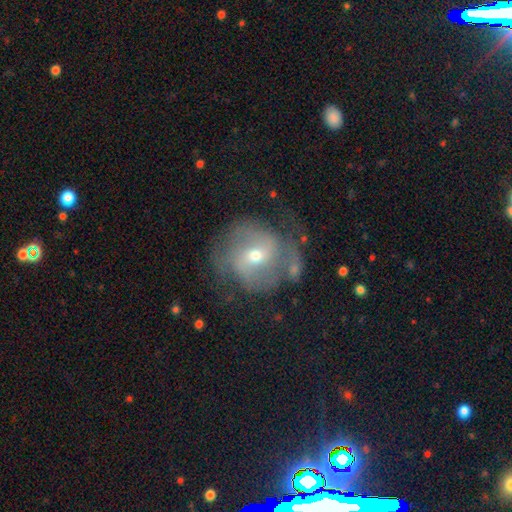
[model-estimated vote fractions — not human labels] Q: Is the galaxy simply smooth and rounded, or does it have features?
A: featured or disk — 78%.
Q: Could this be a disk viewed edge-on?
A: no — 97%.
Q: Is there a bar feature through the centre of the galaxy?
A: weak — 46%.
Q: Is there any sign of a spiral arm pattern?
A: yes — 88%.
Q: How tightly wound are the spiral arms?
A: medium — 45%.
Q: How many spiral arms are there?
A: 2 — 72%.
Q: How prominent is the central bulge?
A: moderate — 49%.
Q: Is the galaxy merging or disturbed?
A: none — 61%.